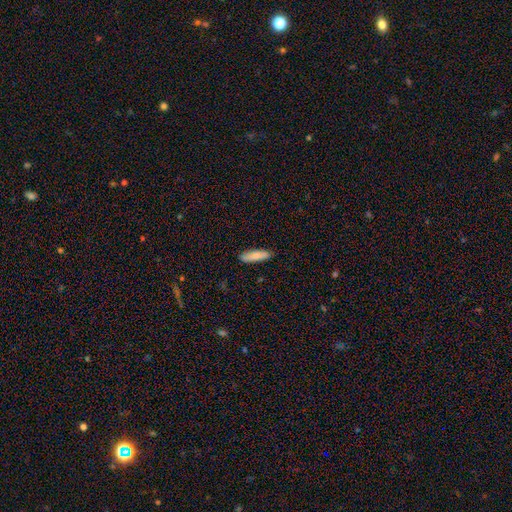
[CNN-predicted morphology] smooth_or_featured: smooth (p=0.84) [alt: featured or disk p=0.11]
how_rounded: cigar-shaped (p=0.61) [alt: in between p=0.37]
merging: none (p=0.86) [alt: minor disturbance p=0.11]